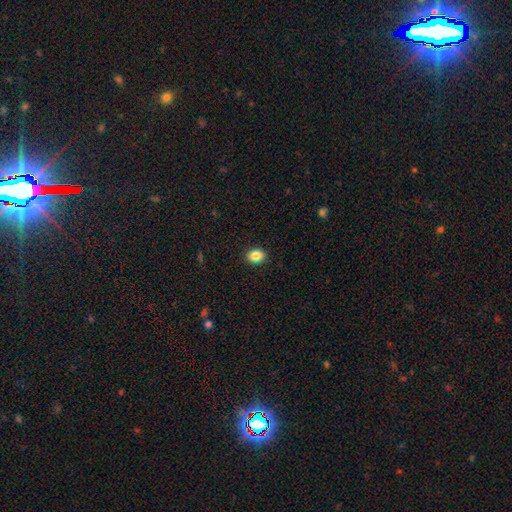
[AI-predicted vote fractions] smooth_or_featured: smooth (p=0.86) [alt: star or artifact p=0.09]
how_rounded: in between (p=0.61) [alt: round p=0.38]
merging: none (p=0.91) [alt: minor disturbance p=0.07]